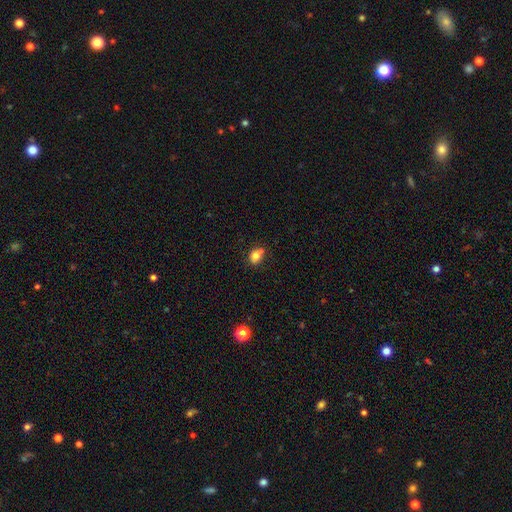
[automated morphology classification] Overall: smooth (78%). How rounded: round (51%; in between 48%). Merging: none (58%; merger 19%).